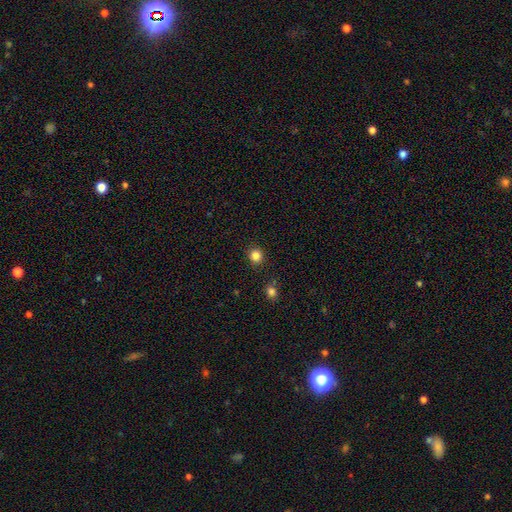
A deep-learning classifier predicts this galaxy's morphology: Q: Smooth or featured?
A: smooth (84%); runner-up: star or artifact (12%)
Q: How rounded?
A: round (88%); runner-up: in between (11%)
Q: Merging?
A: none (89%); runner-up: minor disturbance (7%)